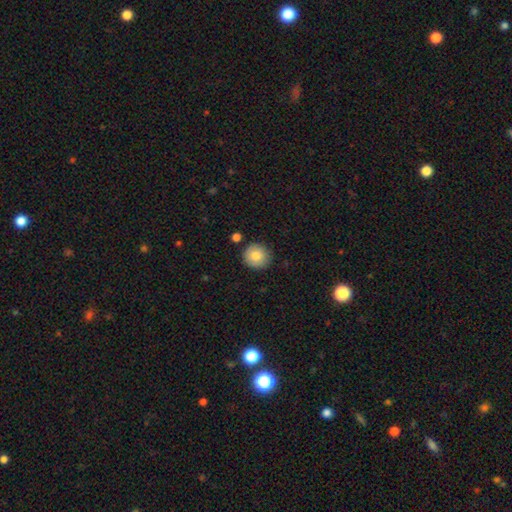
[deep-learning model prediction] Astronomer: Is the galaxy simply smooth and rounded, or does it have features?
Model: smooth — 82%.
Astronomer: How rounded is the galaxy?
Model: round — 93%.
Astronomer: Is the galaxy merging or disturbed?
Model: none — 87%.